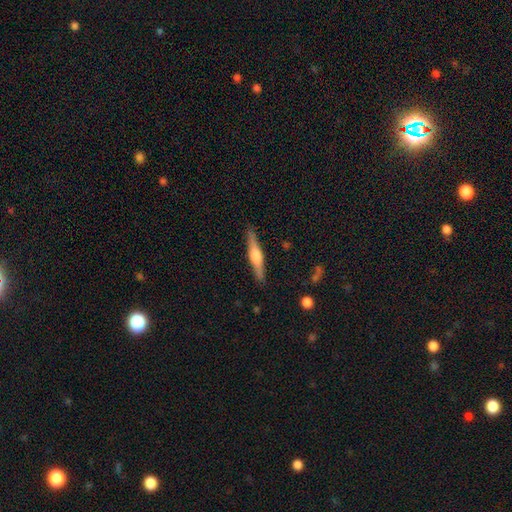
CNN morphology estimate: Q: Smooth or featured?
A: featured or disk (63%); runner-up: smooth (31%)
Q: Edge-on disk?
A: yes (97%); runner-up: no (3%)
Q: Edge-on bulge?
A: rounded (86%); runner-up: boxy (10%)
Q: Merging?
A: none (89%); runner-up: minor disturbance (8%)